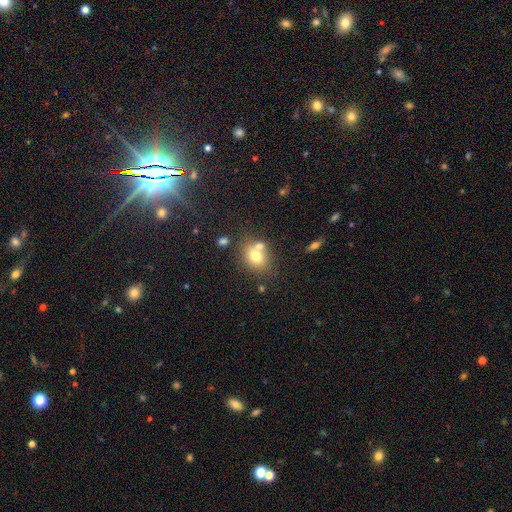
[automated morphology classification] Smooth or featured: smooth — 72% (featured or disk — 16%)
How rounded: round — 54% (in between — 45%)
Merging: none — 53% (merger — 30%)